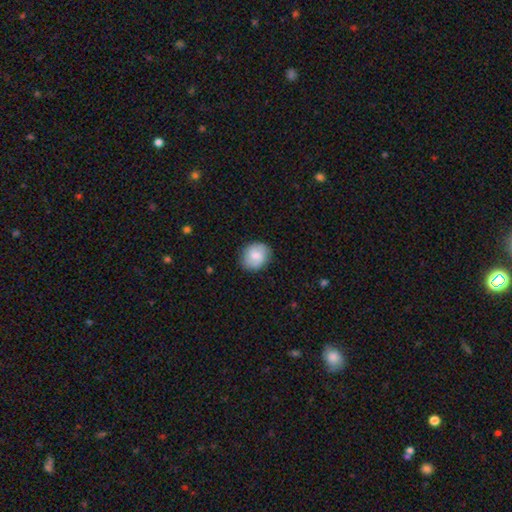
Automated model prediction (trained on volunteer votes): Smooth or featured?
  - smooth: 77% *
  - featured or disk: 16%
  - star or artifact: 7%
How rounded?
  - round: 64% *
  - in between: 36%
  - cigar-shaped: 1%
Merging?
  - none: 85% *
  - minor disturbance: 12%
  - major disturbance: 3%
  - merger: 1%